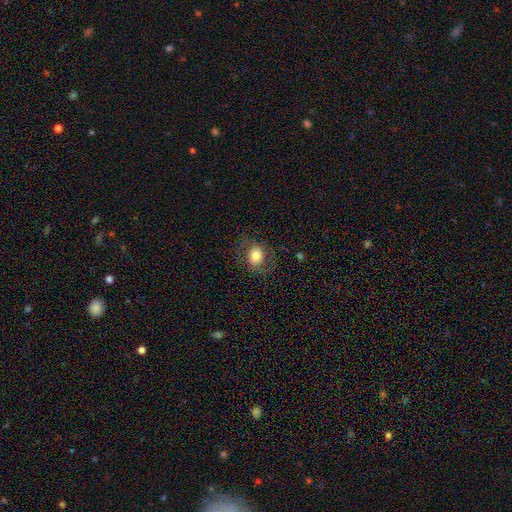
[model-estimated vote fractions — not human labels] This appears to be a smooth galaxy with no disk features (71%) that is round (59%). Merging: none (75%).